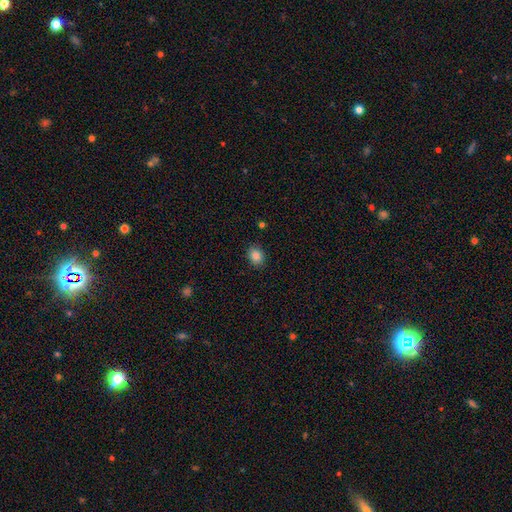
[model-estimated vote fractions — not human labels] smooth-or-featured: smooth: 86% | star or artifact: 10% | featured or disk: 4%
  how-rounded: in between: 52% | round: 48% | cigar-shaped: 1%
  merging: none: 88% | minor disturbance: 9% | major disturbance: 2% | merger: 1%